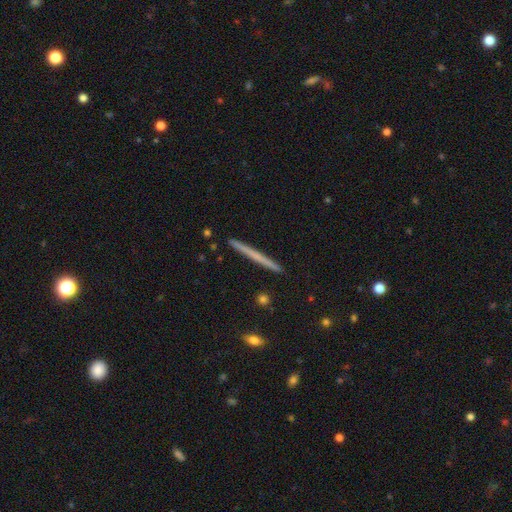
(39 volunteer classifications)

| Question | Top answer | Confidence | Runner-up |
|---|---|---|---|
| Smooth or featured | featured or disk | 56% | smooth (36%) |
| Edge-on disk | yes | 100% | — |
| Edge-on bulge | none | 95% | rounded (5%) |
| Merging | none | 97% | minor disturbance (3%) |